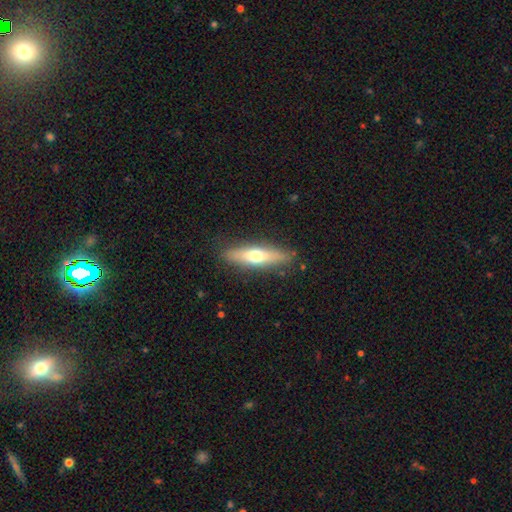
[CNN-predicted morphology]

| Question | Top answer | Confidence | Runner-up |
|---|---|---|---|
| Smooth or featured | smooth | 55% | featured or disk (39%) |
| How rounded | cigar-shaped | 71% | in between (27%) |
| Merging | none | 86% | minor disturbance (10%) |